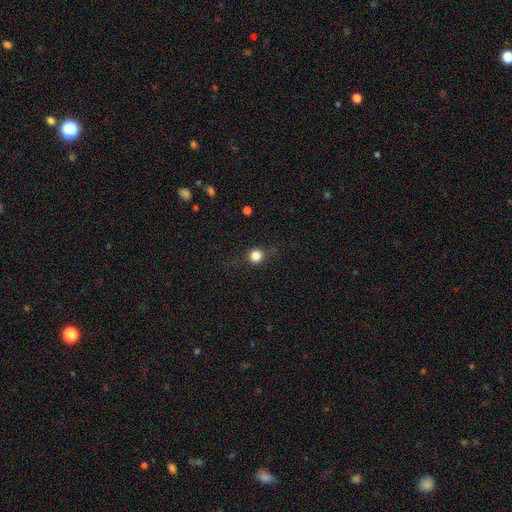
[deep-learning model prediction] Q: Smooth or featured?
A: smooth (83%); runner-up: star or artifact (12%)
Q: How rounded?
A: round (91%); runner-up: in between (8%)
Q: Merging?
A: none (84%); runner-up: minor disturbance (11%)